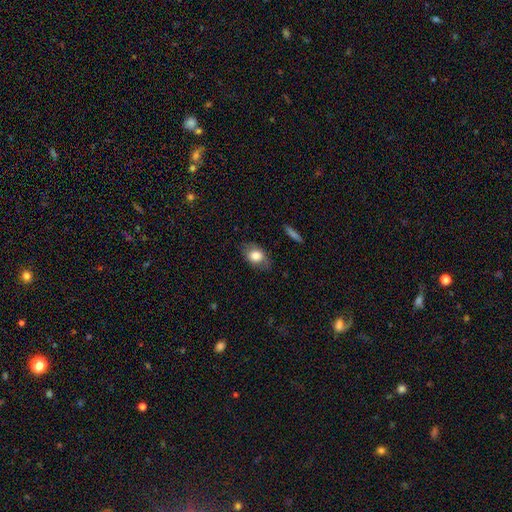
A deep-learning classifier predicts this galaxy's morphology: Smooth or featured? smooth (76%)
How rounded? in between (81%)
Merging? none (74%)